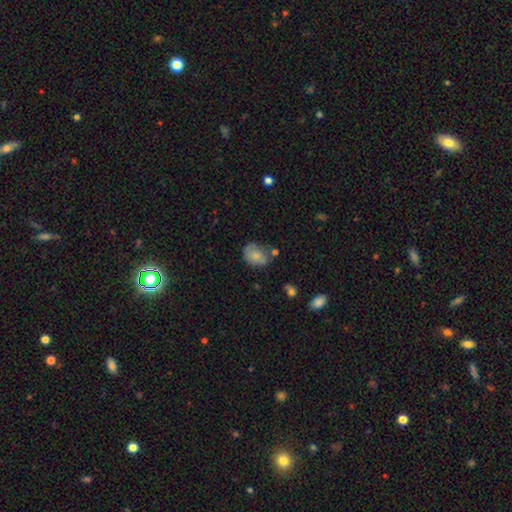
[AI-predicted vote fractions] Smooth or featured: smooth — 72% (featured or disk — 20%)
How rounded: in between — 65% (round — 34%)
Merging: none — 52% (minor disturbance — 31%)